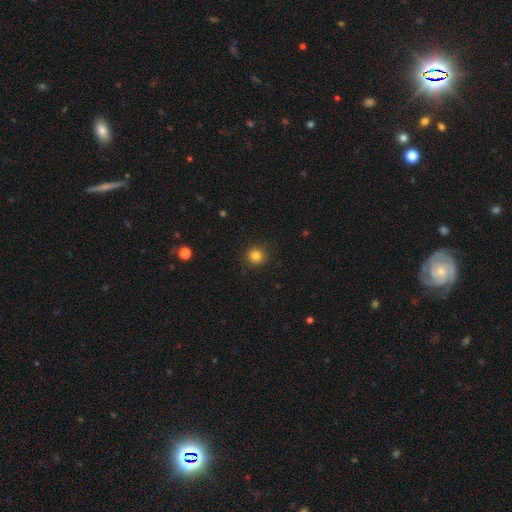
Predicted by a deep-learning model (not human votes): Smooth or featured? smooth (83%)
How rounded? round (93%)
Merging? none (90%)